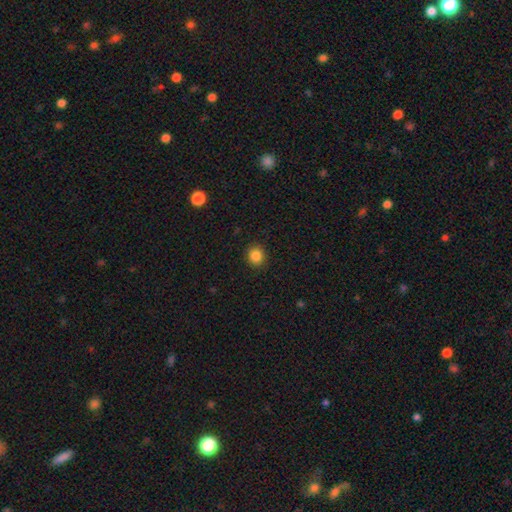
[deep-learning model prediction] Morphology: type=smooth (85%); roundness=round (85%); merging=none (91%).